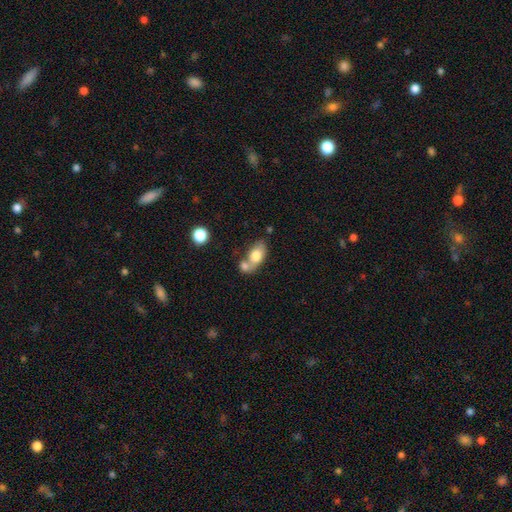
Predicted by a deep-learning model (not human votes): Morphology: type=smooth (73%); roundness=in between (83%); merging=merger (49%).